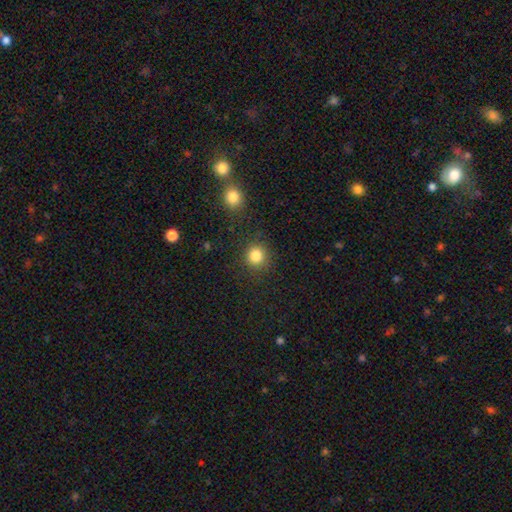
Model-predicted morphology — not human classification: smooth_or_featured: smooth (p=0.84) [alt: star or artifact p=0.12]
how_rounded: round (p=0.89) [alt: in between p=0.10]
merging: none (p=0.86) [alt: minor disturbance p=0.08]